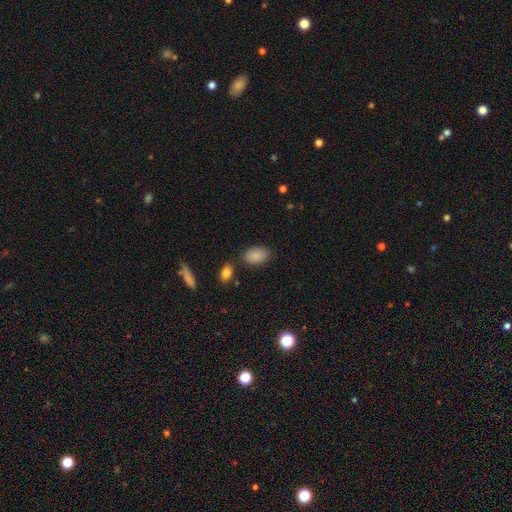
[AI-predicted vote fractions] Smooth or featured? Predicted: smooth (p=0.88). How rounded? Predicted: in between (p=0.92). Merging? Predicted: none (p=0.81).